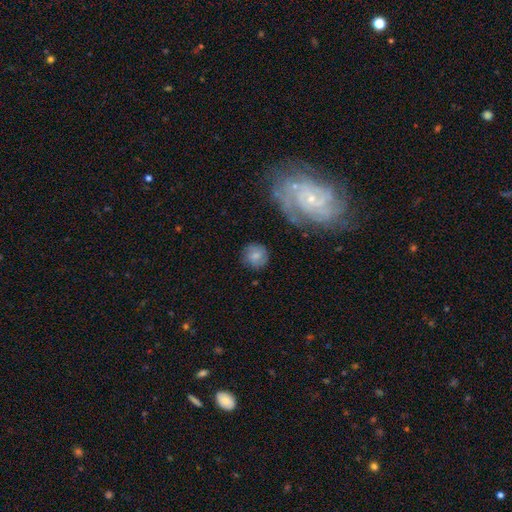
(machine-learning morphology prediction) Smooth or featured? smooth (72%)
How rounded? round (88%)
Merging? none (80%)